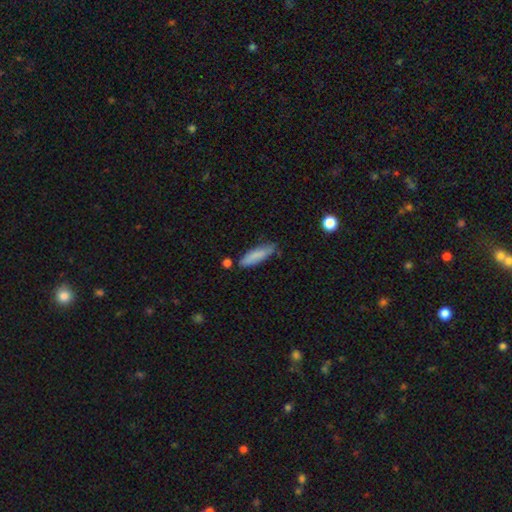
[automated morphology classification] A smooth galaxy with no disk features (82%) that is cigar-shaped (63%).

Vote fractions:
- Smooth or featured? smooth: 82% / featured or disk: 11% / star or artifact: 7%
- How rounded? cigar-shaped: 63% / in between: 35% / round: 2%
- Merging? none: 69% / minor disturbance: 22% / merger: 5% / major disturbance: 4%